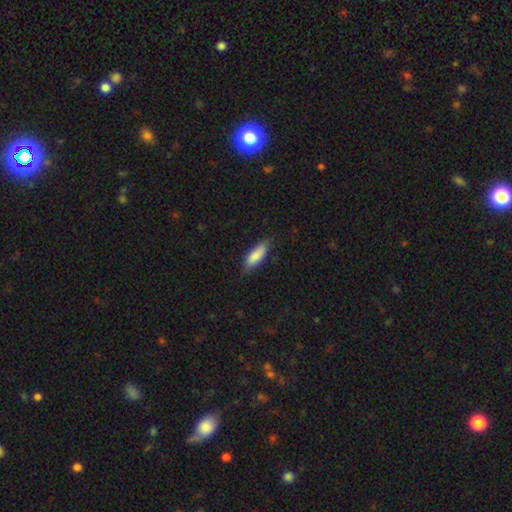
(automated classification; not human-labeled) smooth_or_featured: smooth (p=0.86) [alt: featured or disk p=0.09]
how_rounded: in between (p=0.57) [alt: cigar-shaped p=0.41]
merging: none (p=0.79) [alt: minor disturbance p=0.17]